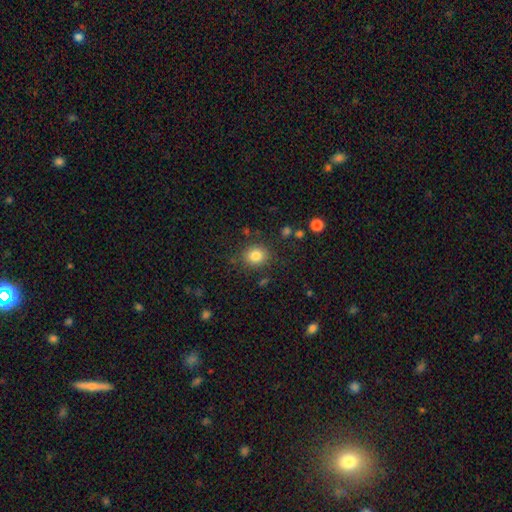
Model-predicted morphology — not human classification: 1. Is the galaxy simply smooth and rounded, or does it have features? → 82% smooth, 11% star or artifact, 6% featured or disk.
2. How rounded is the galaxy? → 74% round, 25% in between, 1% cigar-shaped.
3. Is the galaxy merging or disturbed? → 84% none, 10% minor disturbance, 3% major disturbance, 3% merger.